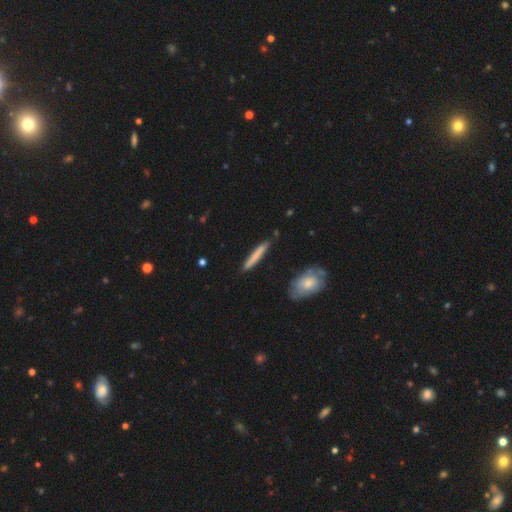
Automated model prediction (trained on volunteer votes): This appears to be a smooth galaxy with no disk features (70%) that is cigar-shaped (95%). Merging: none (87%).